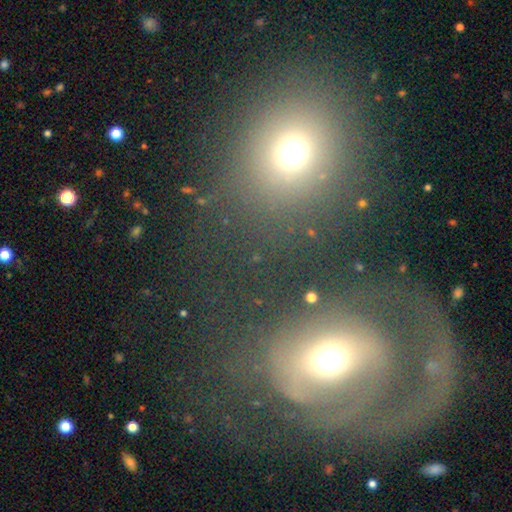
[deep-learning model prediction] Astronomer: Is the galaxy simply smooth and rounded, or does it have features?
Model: smooth — 45% (runner-up: featured or disk, 37%).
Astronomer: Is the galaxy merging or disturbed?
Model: none — 44% (runner-up: merger, 25%).